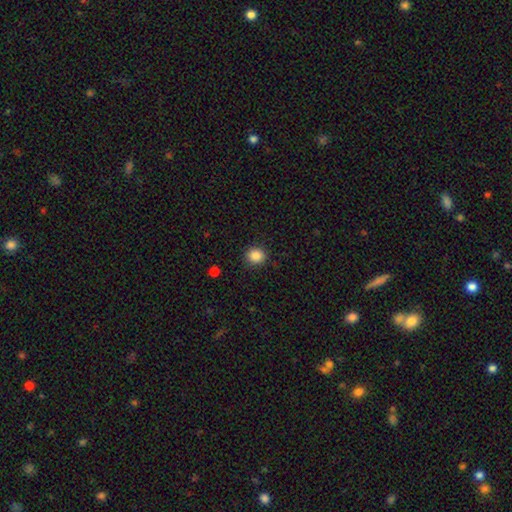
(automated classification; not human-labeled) Smooth or featured? smooth (86%)
How rounded? round (85%)
Merging? none (90%)